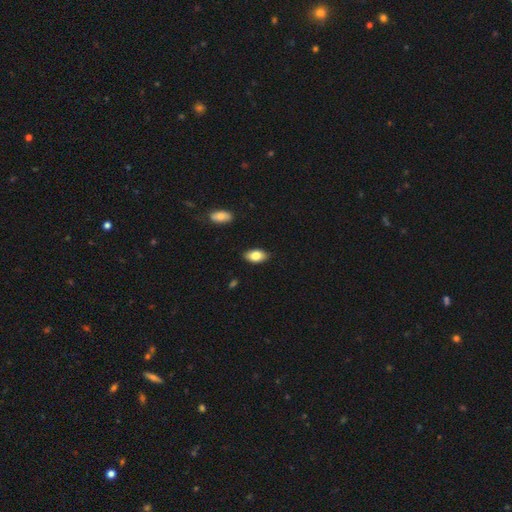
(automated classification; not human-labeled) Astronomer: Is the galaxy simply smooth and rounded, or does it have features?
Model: smooth — 82%.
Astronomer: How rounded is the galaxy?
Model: in between — 93%.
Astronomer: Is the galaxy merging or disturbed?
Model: none — 87%.